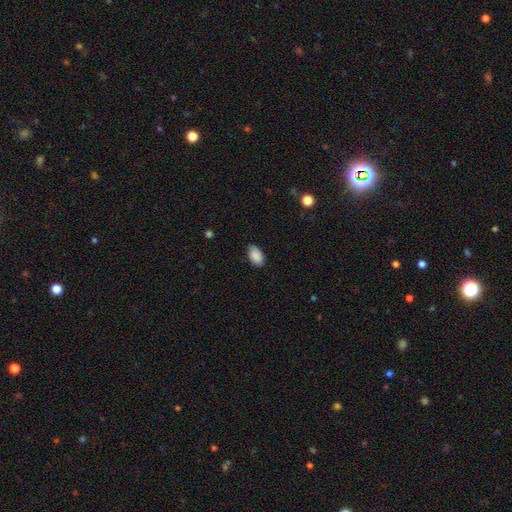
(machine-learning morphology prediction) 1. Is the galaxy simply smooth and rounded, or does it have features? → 87% smooth, 7% star or artifact, 6% featured or disk.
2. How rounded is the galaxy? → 93% in between, 5% round, 2% cigar-shaped.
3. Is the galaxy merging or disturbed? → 76% none, 20% minor disturbance, 3% major disturbance, 1% merger.